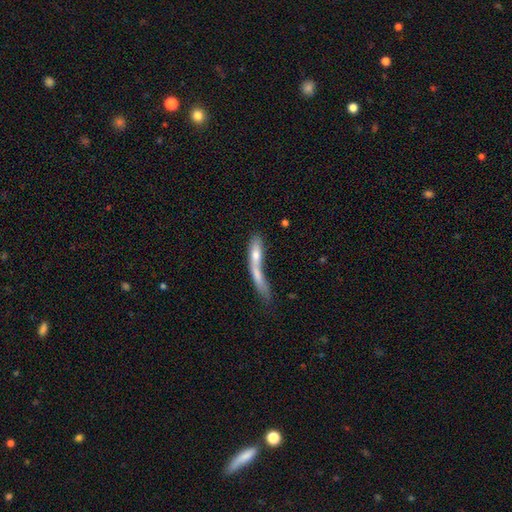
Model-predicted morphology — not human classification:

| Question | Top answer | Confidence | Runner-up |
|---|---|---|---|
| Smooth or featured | smooth | 57% | featured or disk (35%) |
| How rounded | cigar-shaped | 77% | in between (20%) |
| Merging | merger | 47% | none (24%) |